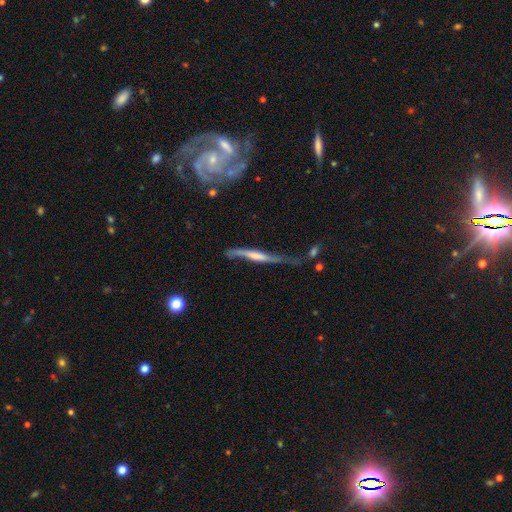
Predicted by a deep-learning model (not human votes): A featured or disk galaxy (59%) viewed edge-on (72%). Merging: major disturbance (32%).